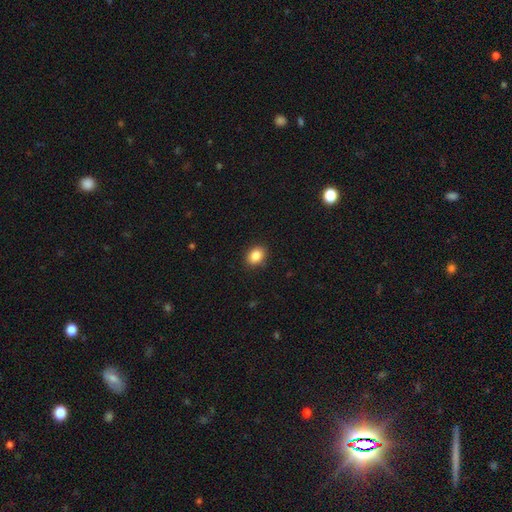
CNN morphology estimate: This appears to be a smooth galaxy with no disk features (87%) that is in between round and cigar-shaped (61%). Merging: none (89%).